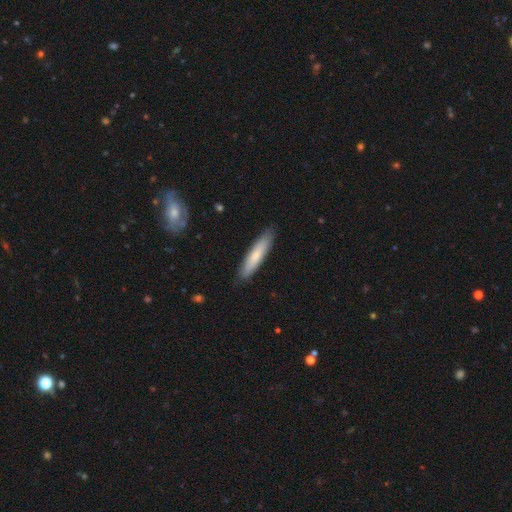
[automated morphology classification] smooth-or-featured: smooth: 71% | featured or disk: 23% | star or artifact: 5%
  how-rounded: cigar-shaped: 85% | in between: 14% | round: 1%
  merging: none: 86% | minor disturbance: 11% | major disturbance: 2% | merger: 1%